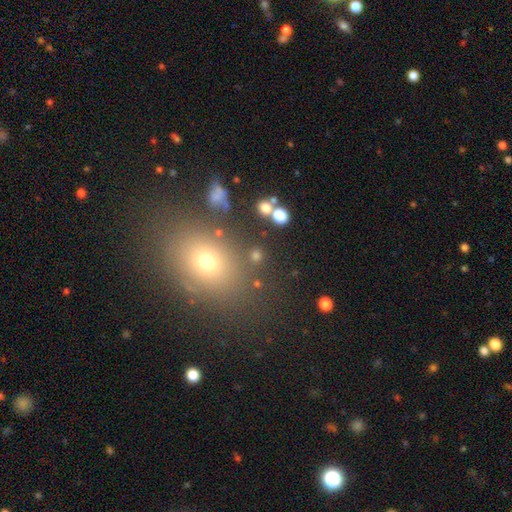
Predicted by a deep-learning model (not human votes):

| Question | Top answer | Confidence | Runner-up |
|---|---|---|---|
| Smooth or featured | smooth | 72% | star or artifact (19%) |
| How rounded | round | 74% | in between (24%) |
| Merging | none | 76% | merger (10%) |